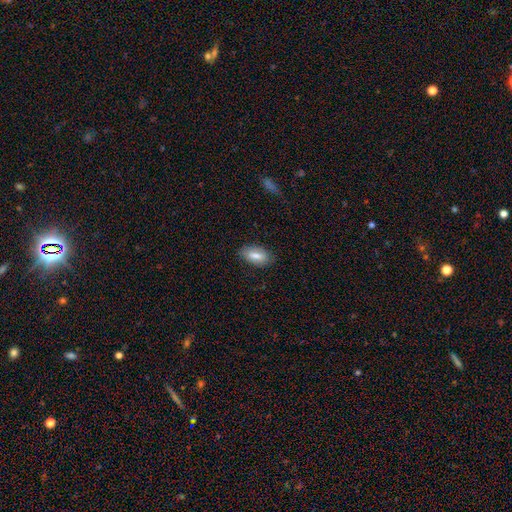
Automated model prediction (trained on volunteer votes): The model was most divided on "smooth or featured": smooth: 78%, featured or disk: 15%, star or artifact: 7%. More confident: how rounded — in between (89%); merging — none (83%).